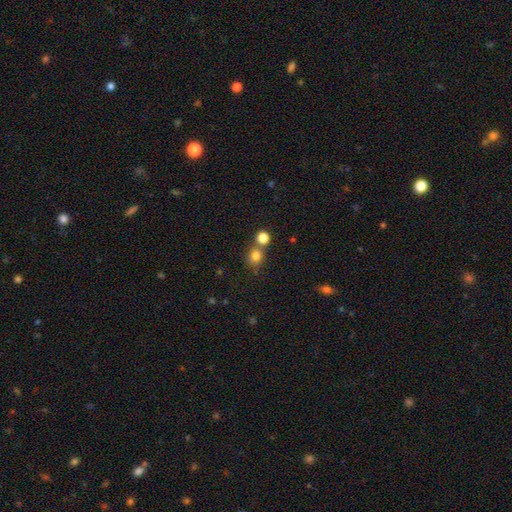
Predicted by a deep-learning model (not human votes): smooth_or_featured: smooth (p=0.80) [alt: star or artifact p=0.14]
how_rounded: round (p=0.84) [alt: in between p=0.15]
merging: none (p=0.61) [alt: merger p=0.27]